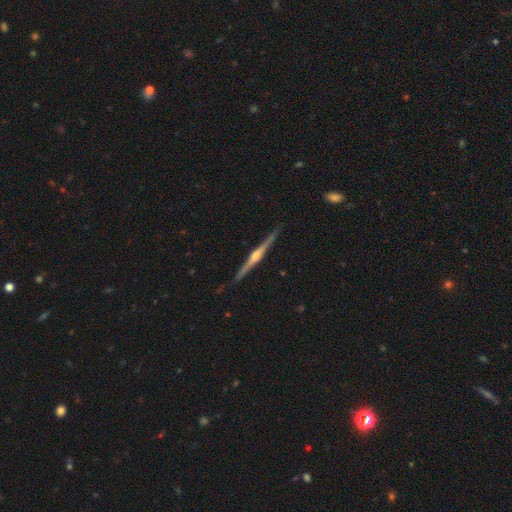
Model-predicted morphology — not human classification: A featured or disk galaxy (86%) viewed edge-on (99%) with a rounded central bulge (90%).

Vote fractions:
- Smooth or featured? featured or disk: 86% / smooth: 9% / star or artifact: 5%
- Edge-on disk? yes: 99% / no: 1%
- Edge-on bulge? rounded: 90% / boxy: 6% / none: 4%
- Merging? none: 90% / minor disturbance: 7% / major disturbance: 1% / merger: 1%